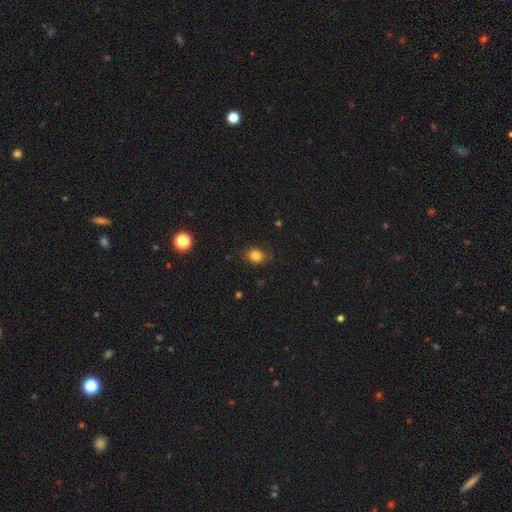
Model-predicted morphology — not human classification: A smooth galaxy with no disk features (83%) that is round (55%). Merging: none (82%).